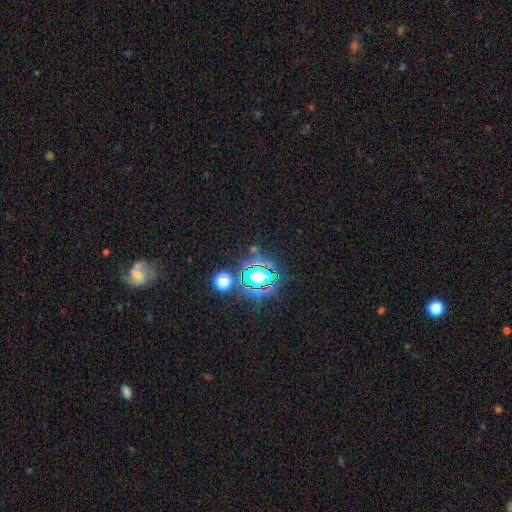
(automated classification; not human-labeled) Smooth or featured: star or artifact — 74% (smooth — 17%)